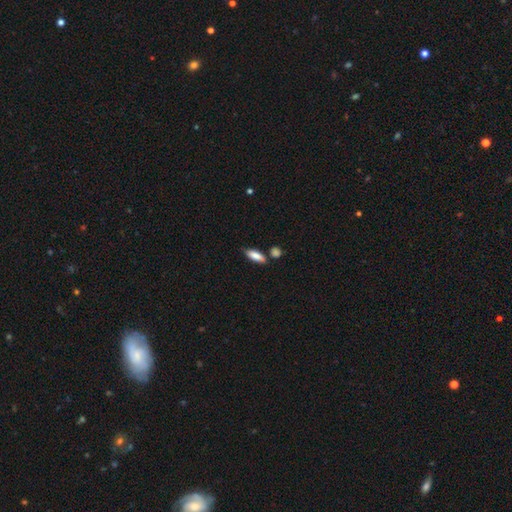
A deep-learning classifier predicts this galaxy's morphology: smooth_or_featured: smooth (p=0.83) [alt: featured or disk p=0.11]
how_rounded: in between (p=0.65) [alt: cigar-shaped p=0.32]
merging: none (p=0.69) [alt: minor disturbance p=0.17]